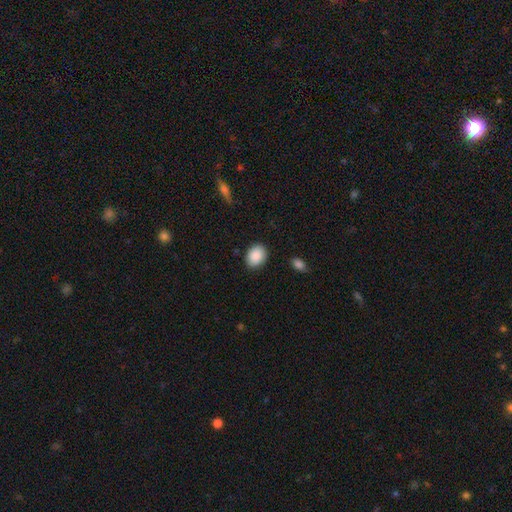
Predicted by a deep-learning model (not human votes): A smooth galaxy with no disk features (90%) that is in between round and cigar-shaped (68%).

Vote fractions:
- Smooth or featured? smooth: 90% / star or artifact: 7% / featured or disk: 3%
- How rounded? in between: 68% / round: 31% / cigar-shaped: 1%
- Merging? none: 88% / minor disturbance: 9% / major disturbance: 2% / merger: 1%